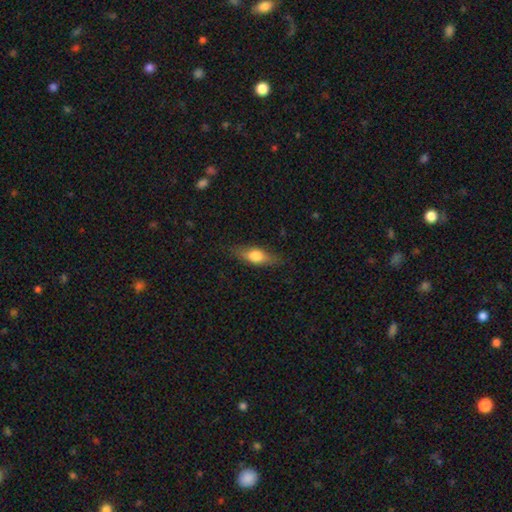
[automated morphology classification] Q: Smooth or featured?
A: smooth (64%); runner-up: featured or disk (30%)
Q: How rounded?
A: in between (59%); runner-up: cigar-shaped (36%)
Q: Merging?
A: none (82%); runner-up: minor disturbance (14%)